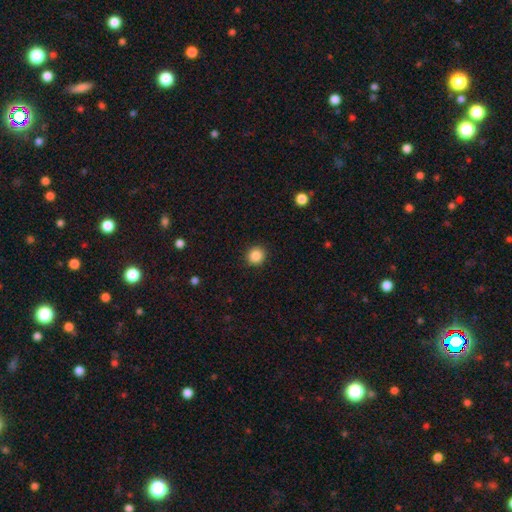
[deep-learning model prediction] Q: Smooth or featured?
A: smooth (87%); runner-up: star or artifact (10%)
Q: How rounded?
A: round (93%); runner-up: in between (7%)
Q: Merging?
A: none (92%); runner-up: minor disturbance (5%)